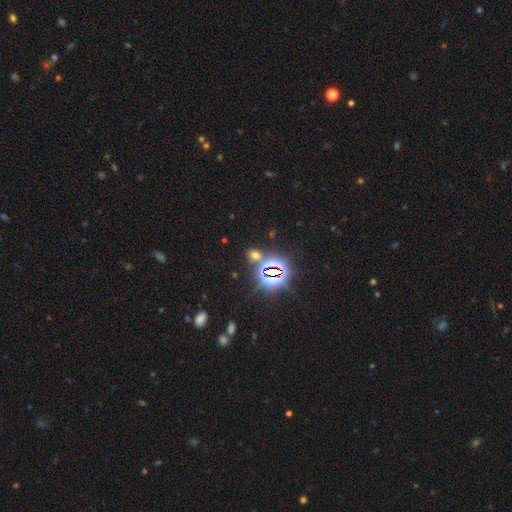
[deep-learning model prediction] This is possibly a star or artifact rather than a galaxy (55%).